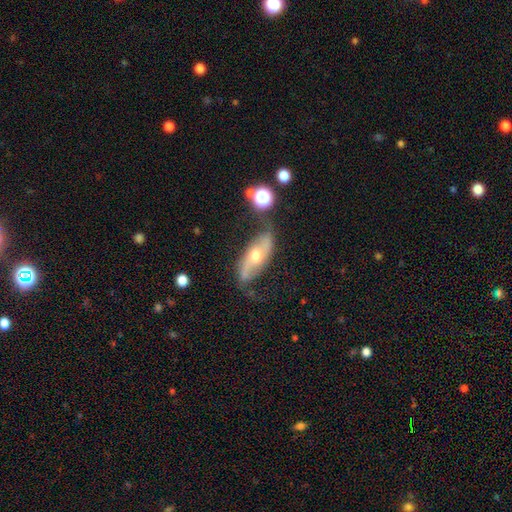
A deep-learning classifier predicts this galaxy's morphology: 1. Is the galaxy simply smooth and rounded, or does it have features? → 73% featured or disk, 19% smooth, 7% star or artifact.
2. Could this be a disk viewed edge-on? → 85% no, 15% yes.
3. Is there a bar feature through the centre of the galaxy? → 57% no, 28% weak, 15% strong.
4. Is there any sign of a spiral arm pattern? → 85% yes, 15% no.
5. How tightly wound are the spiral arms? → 65% loose, 25% medium, 11% tight.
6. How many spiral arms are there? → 87% 2, 7% can't tell, 3% 1, 1% 3, 1% more than 4, 1% 4.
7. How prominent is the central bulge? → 68% moderate, 24% small, 5% large, 1% none, 1% dominant.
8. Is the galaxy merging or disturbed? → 61% none, 23% minor disturbance, 11% major disturbance, 5% merger.